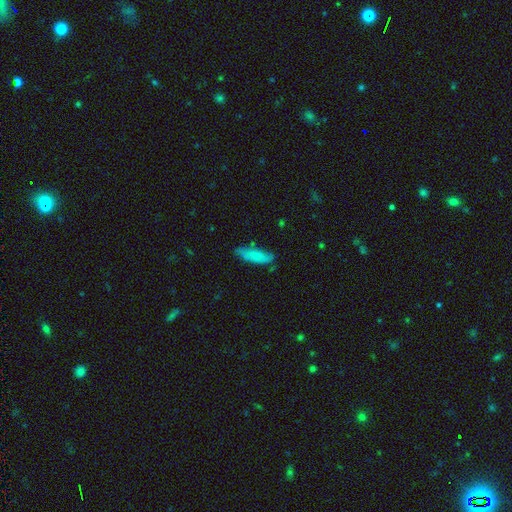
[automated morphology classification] Overall: smooth (73%). How rounded: in between (51%; cigar-shaped 47%). Merging: none (71%).